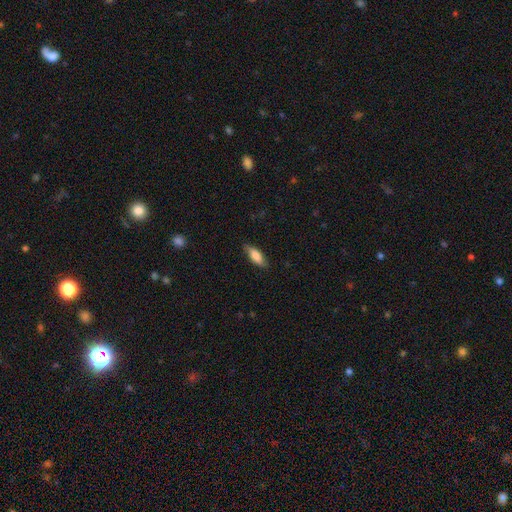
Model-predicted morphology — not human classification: Smooth or featured? smooth (78%)
How rounded? in between (65%)
Merging? none (81%)